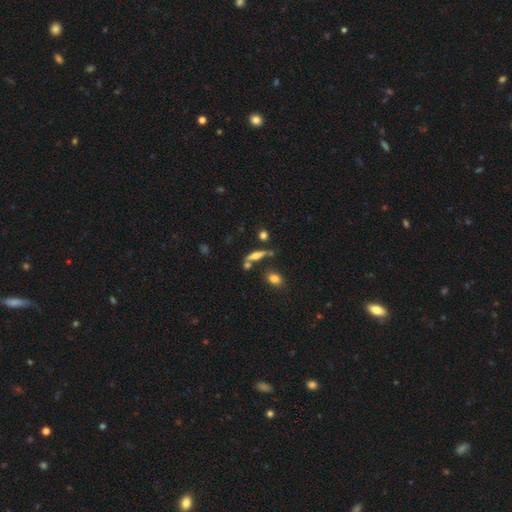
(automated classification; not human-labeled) Q: Smooth or featured?
A: featured or disk (48%); runner-up: smooth (40%)
Q: Merging?
A: none (63%); runner-up: merger (18%)